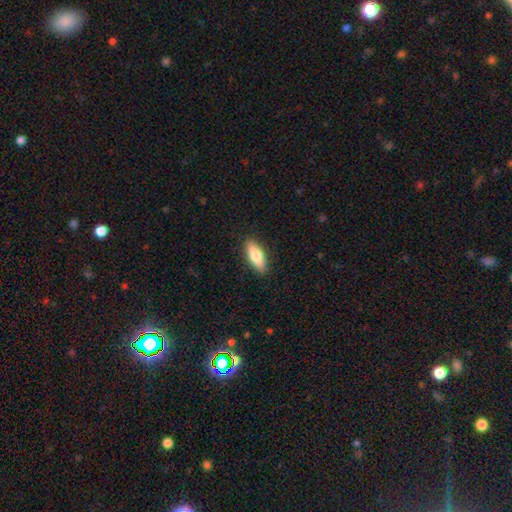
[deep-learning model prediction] This is likely a smooth galaxy (76%). How rounded: likely in between (66%). Merging: clearly none (89%).